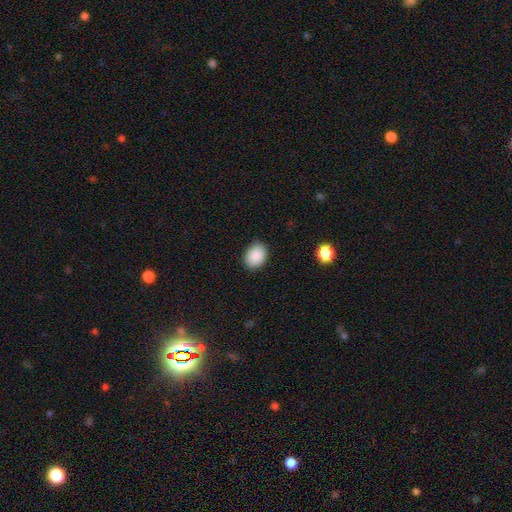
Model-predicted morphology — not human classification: Smooth or featured? smooth (89%)
How rounded? in between (70%)
Merging? none (86%)